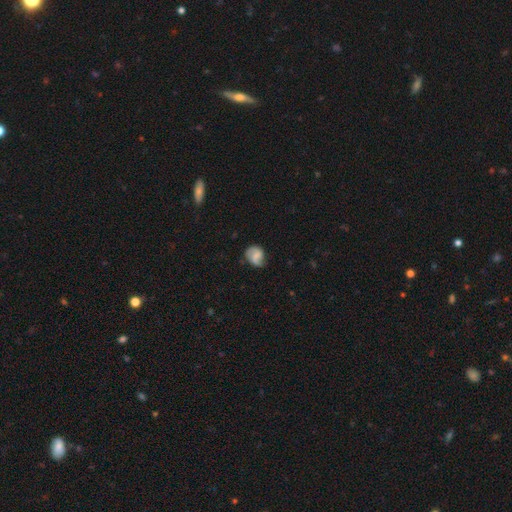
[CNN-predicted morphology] The model was most divided on "bar" (2-way tie): no: 43%, weak: 43%, strong: 13%. Remaining: edge-on disk — no (97%); spiral arms — yes (88%); merging — none (62%); smooth or featured — featured or disk (53%); bulge size — none (38%).